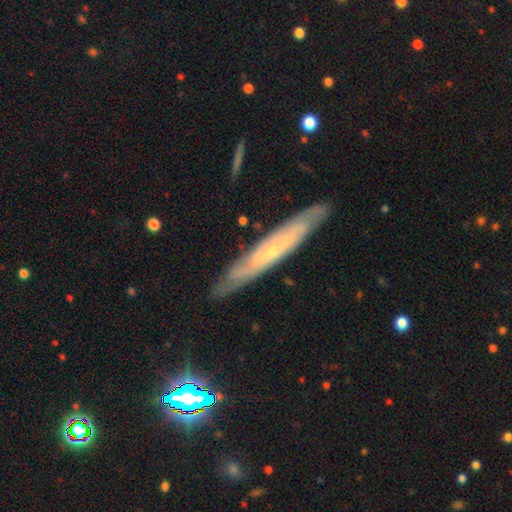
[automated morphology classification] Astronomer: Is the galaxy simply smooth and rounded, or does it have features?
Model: featured or disk — 69%.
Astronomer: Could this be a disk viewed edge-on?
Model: yes — 63%.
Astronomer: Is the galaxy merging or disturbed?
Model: none — 84%.